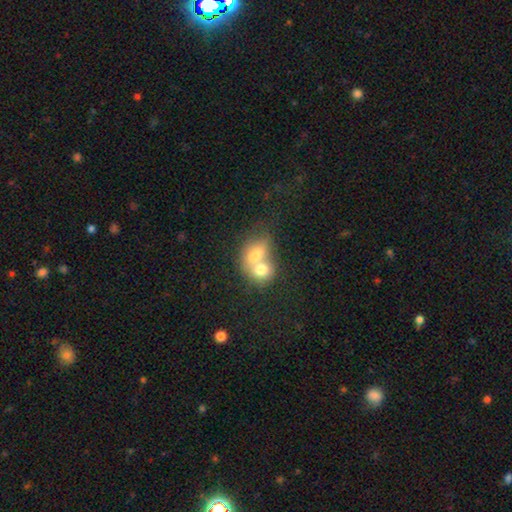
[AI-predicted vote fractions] Smooth or featured? Predicted: smooth (p=0.69). How rounded? Predicted: in between (p=0.51). Merging? Predicted: merger (p=0.77).